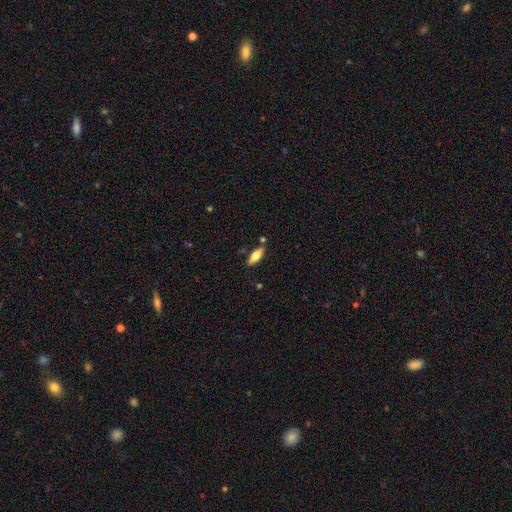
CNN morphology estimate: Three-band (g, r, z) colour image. It shows a smooth galaxy with no disk features (70%) that is in between round and cigar-shaped (65%). Merging: none (79%).